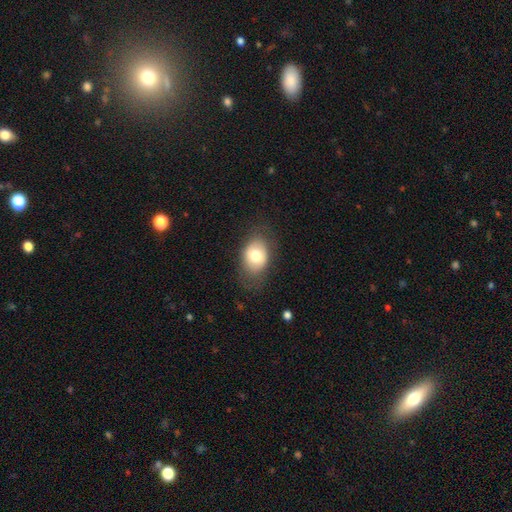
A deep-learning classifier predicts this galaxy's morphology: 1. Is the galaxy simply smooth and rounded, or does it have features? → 70% smooth, 22% featured or disk, 8% star or artifact.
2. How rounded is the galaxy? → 73% in between, 26% round, 1% cigar-shaped.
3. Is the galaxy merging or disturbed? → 72% none, 19% minor disturbance, 8% major disturbance, 1% merger.